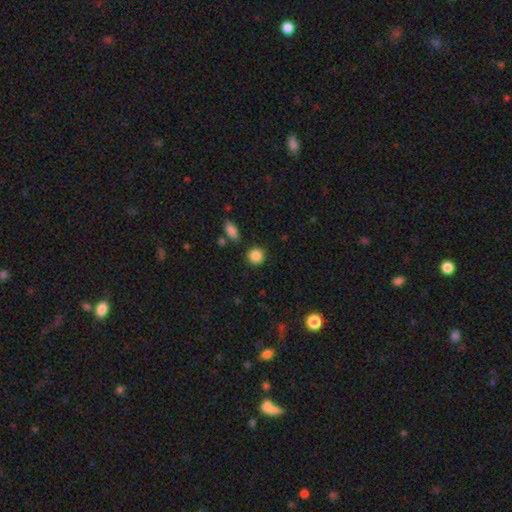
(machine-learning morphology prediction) The model was most divided on "smooth or featured": smooth: 87%, star or artifact: 9%, featured or disk: 4%. More confident: how rounded — round (90%); merging — none (88%).